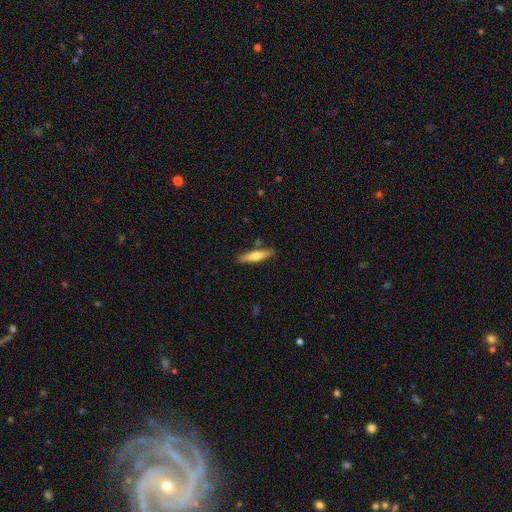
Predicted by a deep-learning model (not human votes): Q: Smooth or featured?
A: smooth (51%); runner-up: featured or disk (43%)
Q: How rounded?
A: cigar-shaped (81%); runner-up: in between (18%)
Q: Merging?
A: none (84%); runner-up: minor disturbance (10%)